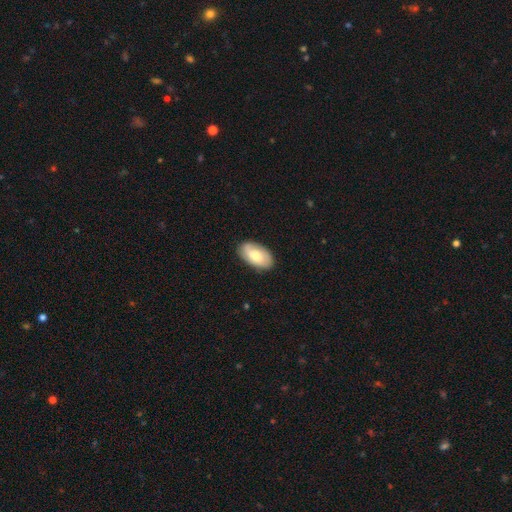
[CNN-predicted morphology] Overall: smooth (65%; featured or disk 29%). How rounded: in between (95%). Merging: none (84%).